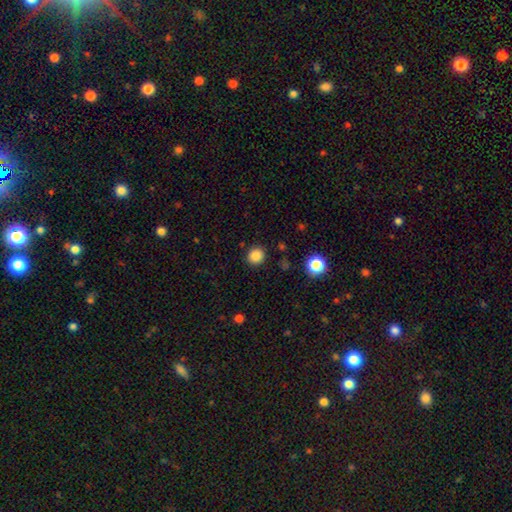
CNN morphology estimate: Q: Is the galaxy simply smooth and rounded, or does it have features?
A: smooth — 85%.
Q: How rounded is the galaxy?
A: round — 89%.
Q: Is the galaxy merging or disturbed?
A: none — 90%.